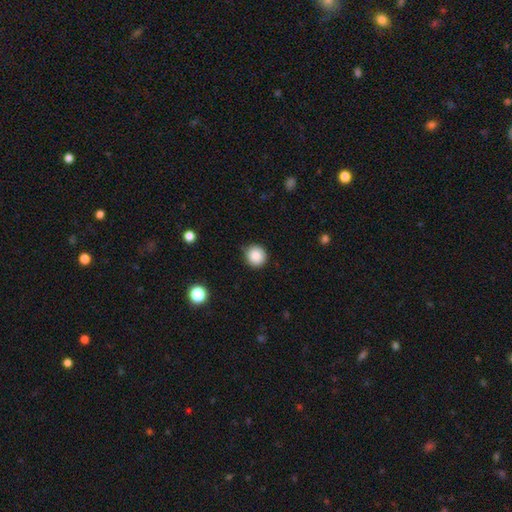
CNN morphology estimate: A smooth galaxy with no disk features (86%) that is round (94%).

Vote fractions:
- Smooth or featured? smooth: 86% / star or artifact: 10% / featured or disk: 4%
- How rounded? round: 94% / in between: 5% / cigar-shaped: 1%
- Merging? none: 85% / minor disturbance: 11% / major disturbance: 2% / merger: 1%